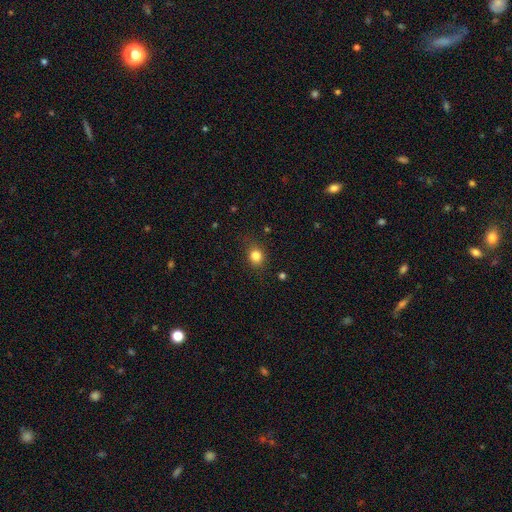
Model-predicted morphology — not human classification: Smooth or featured?
  - smooth: 82% *
  - star or artifact: 12%
  - featured or disk: 6%
How rounded?
  - round: 65% *
  - in between: 34%
  - cigar-shaped: 1%
Merging?
  - none: 81% *
  - minor disturbance: 14%
  - major disturbance: 4%
  - merger: 1%